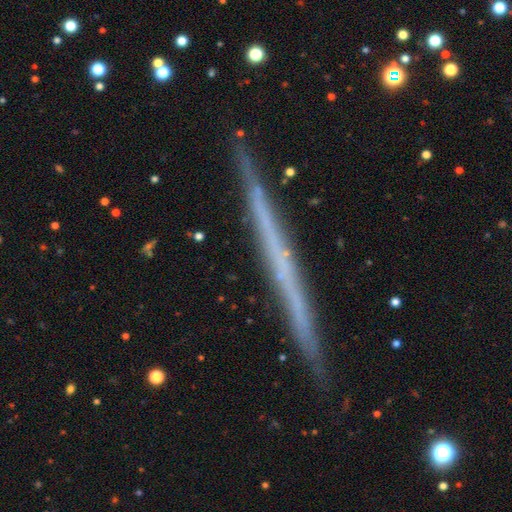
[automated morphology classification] smooth_or_featured: featured or disk (p=0.66) [alt: smooth p=0.28]
disk_edge_on: yes (p=0.98) [alt: no p=0.02]
edge_on_bulge: none (p=0.93) [alt: rounded p=0.04]
merging: none (p=0.91) [alt: minor disturbance p=0.06]